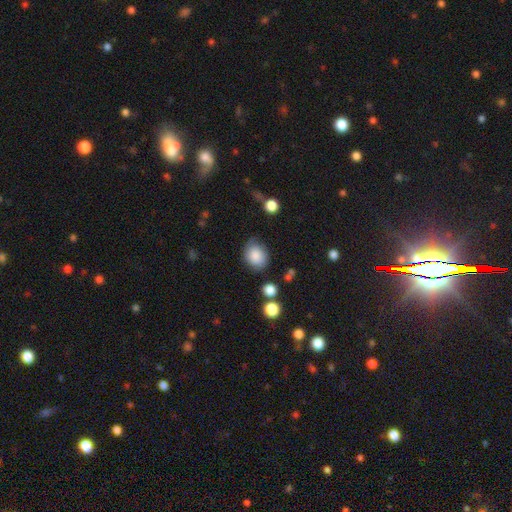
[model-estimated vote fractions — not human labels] Q: Smooth or featured?
A: smooth (85%); runner-up: star or artifact (8%)
Q: How rounded?
A: round (56%); runner-up: in between (43%)
Q: Merging?
A: none (69%); runner-up: minor disturbance (22%)